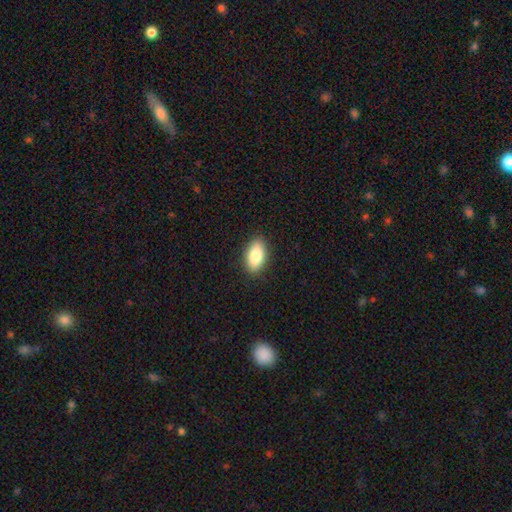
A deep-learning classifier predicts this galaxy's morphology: Smooth or featured: smooth — 83% (featured or disk — 10%)
How rounded: in between — 91% (round — 5%)
Merging: none — 88% (minor disturbance — 9%)